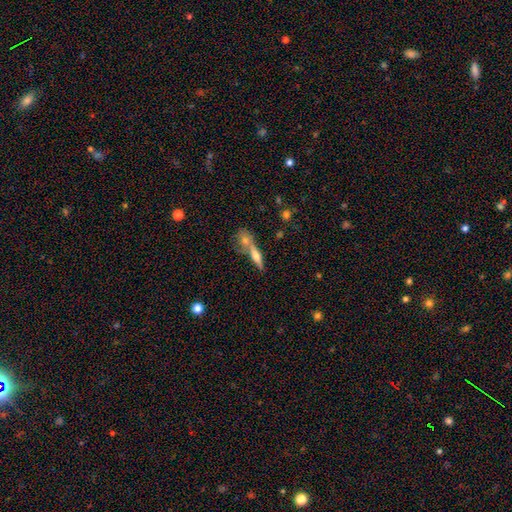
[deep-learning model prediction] smooth_or_featured: featured or disk (p=0.49) [alt: smooth p=0.43]
merging: none (p=0.53) [alt: merger p=0.33]